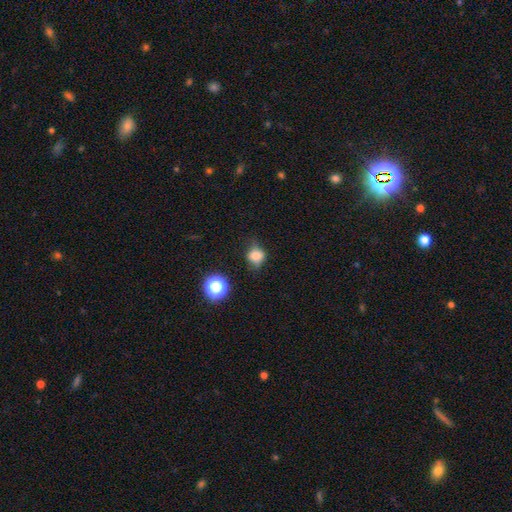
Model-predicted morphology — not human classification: smooth 70%, featured or disk 16%, star or artifact 14%. Down the decision tree: how rounded — round (60%); merging — none (57%).